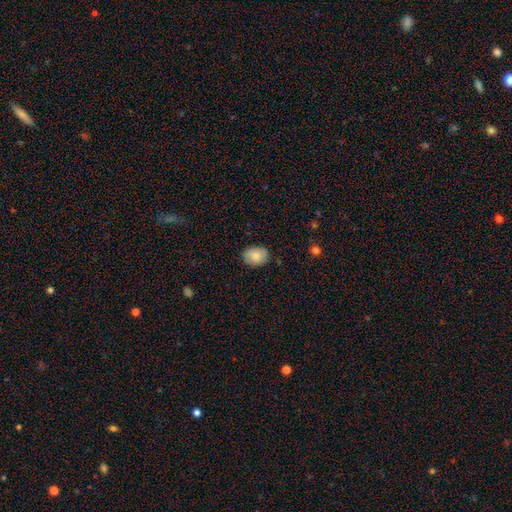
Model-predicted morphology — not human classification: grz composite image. It shows a smooth galaxy with no disk features (80%) that is in between round and cigar-shaped (64%). Merging: none (81%).